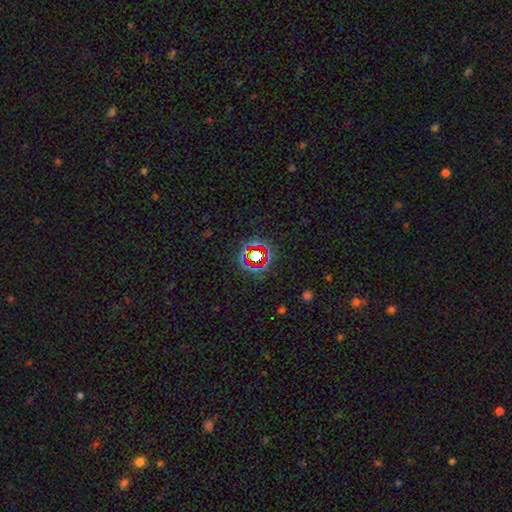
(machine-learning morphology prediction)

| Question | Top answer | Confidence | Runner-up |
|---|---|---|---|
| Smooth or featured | star or artifact | 71% | smooth (19%) |